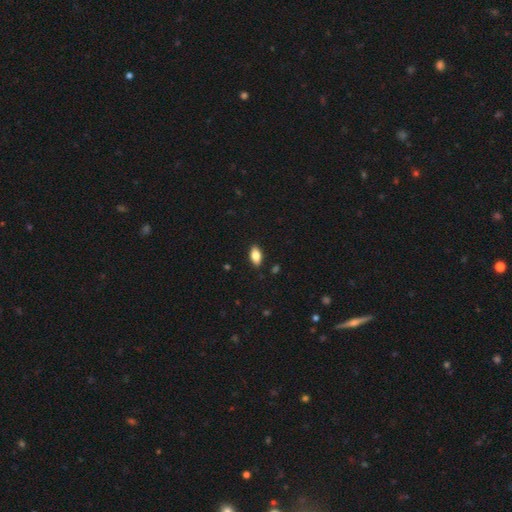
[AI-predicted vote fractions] Smooth or featured: smooth — 80% (featured or disk — 13%)
How rounded: in between — 90% (cigar-shaped — 7%)
Merging: none — 88% (minor disturbance — 9%)